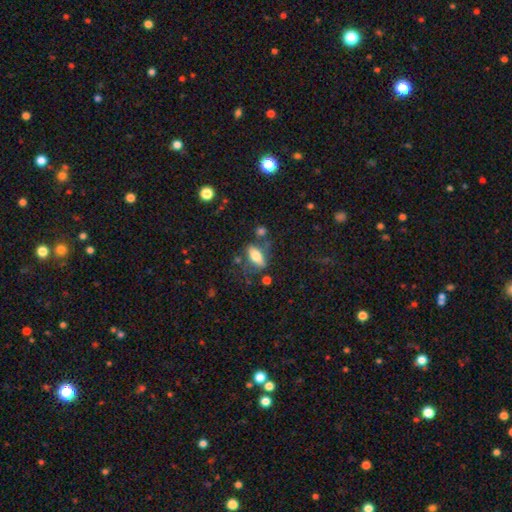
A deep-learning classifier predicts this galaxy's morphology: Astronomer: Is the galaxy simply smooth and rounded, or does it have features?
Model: smooth — 68%.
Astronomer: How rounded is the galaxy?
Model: in between — 75%.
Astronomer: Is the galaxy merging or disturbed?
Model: none — 66%.